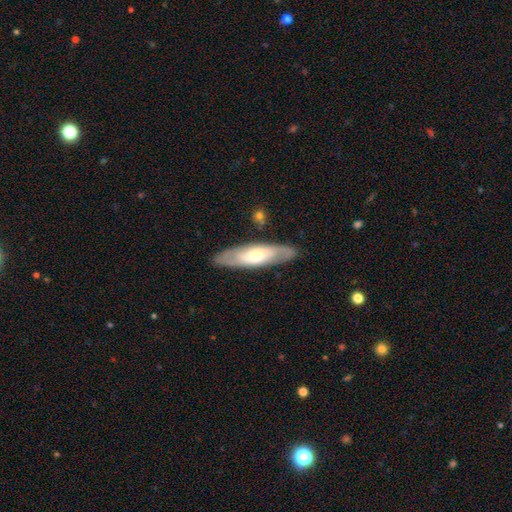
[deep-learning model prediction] The model was most divided on "smooth or featured": featured or disk: 50%, smooth: 45%, star or artifact: 5%. More confident: merging — none (85%); edge-on disk — no (61%).